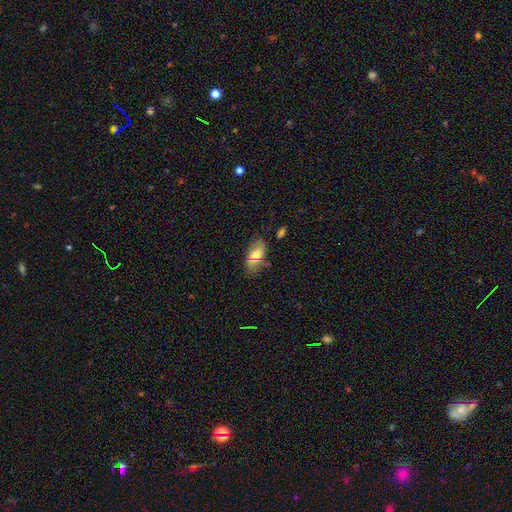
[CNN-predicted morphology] smooth_or_featured: smooth (p=0.68) [alt: featured or disk p=0.25]
how_rounded: in between (p=0.87) [alt: cigar-shaped p=0.10]
merging: none (p=0.72) [alt: minor disturbance p=0.20]